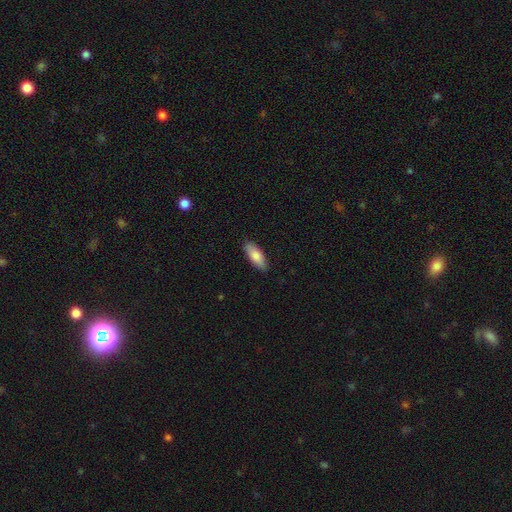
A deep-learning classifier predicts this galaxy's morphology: Overall: smooth (81%). How rounded: in between (74%). Merging: none (88%).